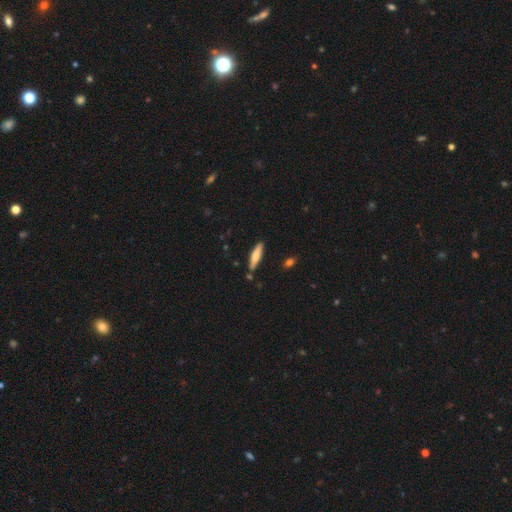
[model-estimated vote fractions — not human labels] Smooth or featured: smooth — 70% (featured or disk — 25%)
How rounded: cigar-shaped — 80% (in between — 18%)
Merging: none — 84% (minor disturbance — 10%)